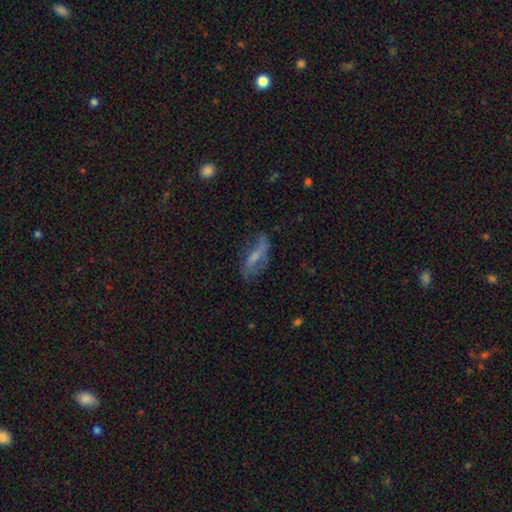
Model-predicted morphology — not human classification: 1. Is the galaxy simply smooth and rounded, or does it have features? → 55% featured or disk, 36% smooth, 10% star or artifact.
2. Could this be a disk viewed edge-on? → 83% no, 17% yes.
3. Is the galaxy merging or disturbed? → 53% none, 27% minor disturbance, 18% major disturbance, 3% merger.